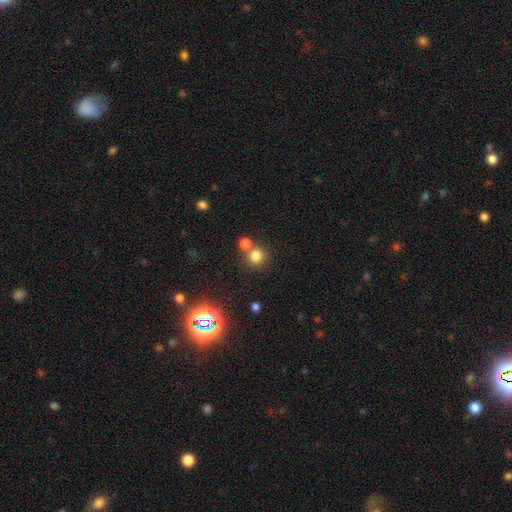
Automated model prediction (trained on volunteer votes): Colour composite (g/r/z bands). It shows a smooth galaxy with no disk features (78%) that is round (91%). Merging: none (63%).